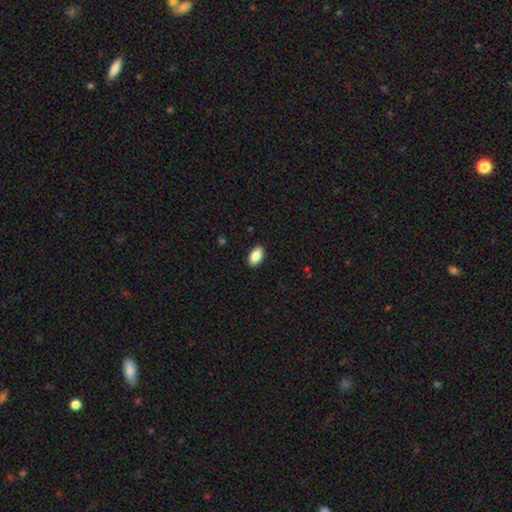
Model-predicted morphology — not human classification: Smooth or featured? smooth (87%)
How rounded? in between (93%)
Merging? none (89%)